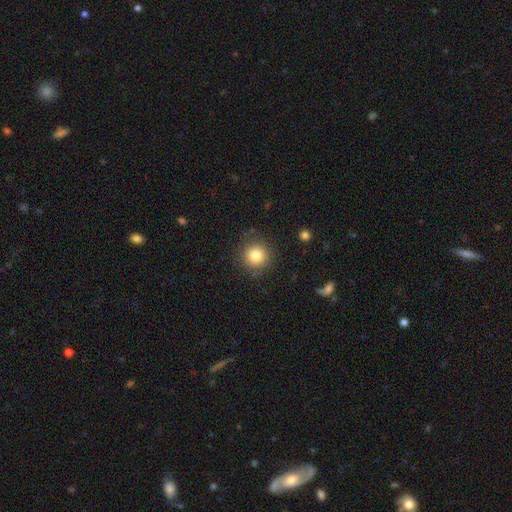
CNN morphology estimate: Smooth or featured? Predicted: smooth (p=0.82). How rounded? Predicted: round (p=0.94). Merging? Predicted: none (p=0.87).